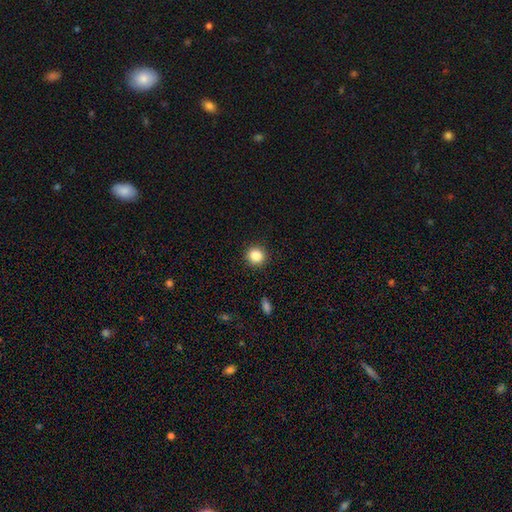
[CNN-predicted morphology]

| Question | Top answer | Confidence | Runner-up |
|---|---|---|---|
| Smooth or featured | smooth | 85% | star or artifact (10%) |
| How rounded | round | 92% | in between (8%) |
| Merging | none | 92% | minor disturbance (5%) |